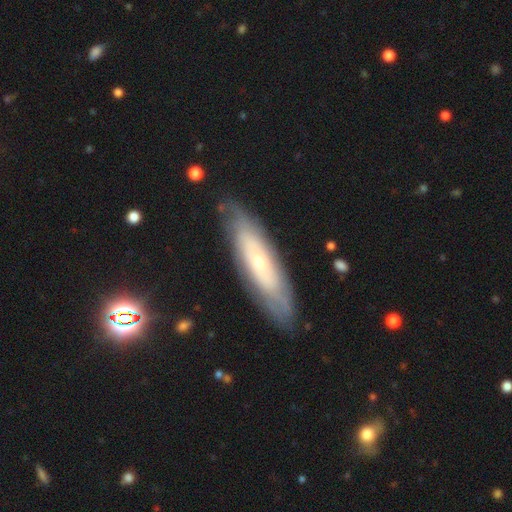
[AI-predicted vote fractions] Q: Smooth or featured?
A: featured or disk (62%); runner-up: smooth (31%)
Q: Edge-on disk?
A: no (66%); runner-up: yes (34%)
Q: Merging?
A: none (83%); runner-up: minor disturbance (13%)